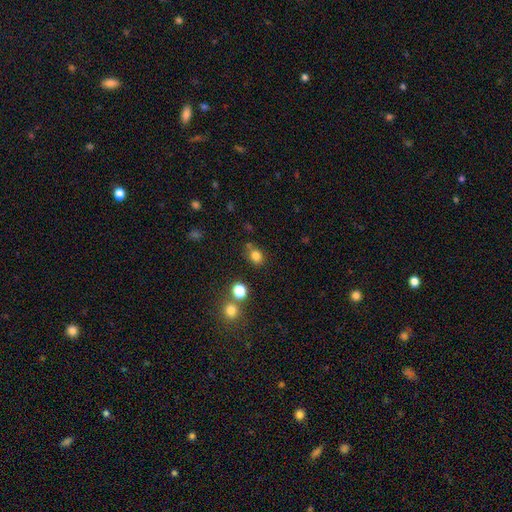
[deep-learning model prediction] This appears to be a smooth galaxy with no disk features (80%) that is round (56%). Merging: none (71%).